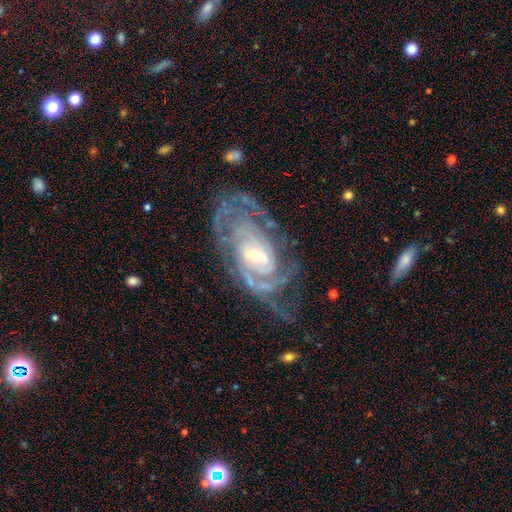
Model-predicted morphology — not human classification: A featured or disk galaxy (89%) with no bar (47%), tight (65%) spiral arms (96%) and a small central bulge (50%). Merging: none (63%).